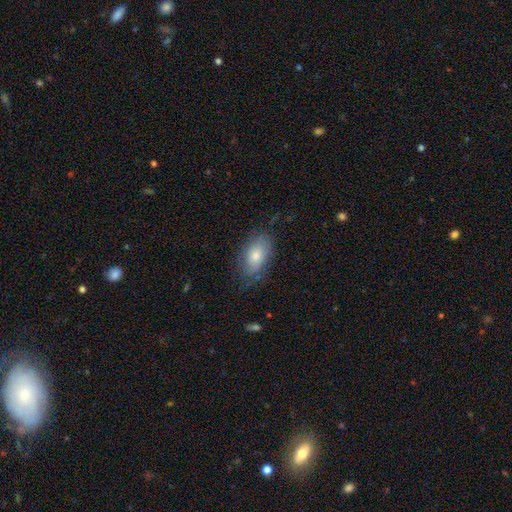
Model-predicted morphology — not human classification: smooth_or_featured: smooth (p=0.66) [alt: featured or disk p=0.26]
how_rounded: in between (p=0.89) [alt: round p=0.08]
merging: none (p=0.72) [alt: minor disturbance p=0.20]